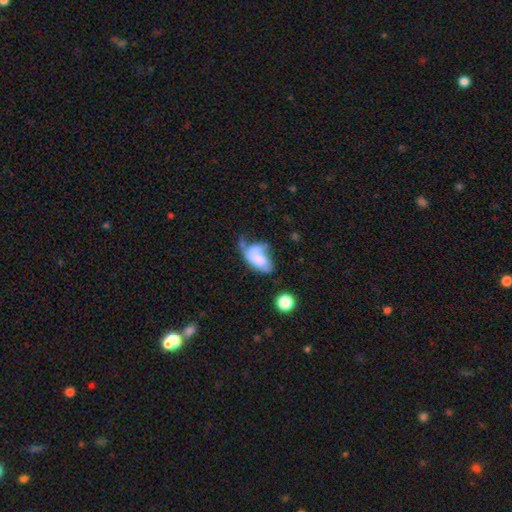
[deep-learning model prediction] Smooth or featured?
  - smooth: 64% *
  - featured or disk: 27%
  - star or artifact: 9%
How rounded?
  - in between: 90% *
  - round: 7%
  - cigar-shaped: 3%
Merging?
  - major disturbance: 32% *
  - minor disturbance: 28%
  - none: 24%
  - merger: 16%